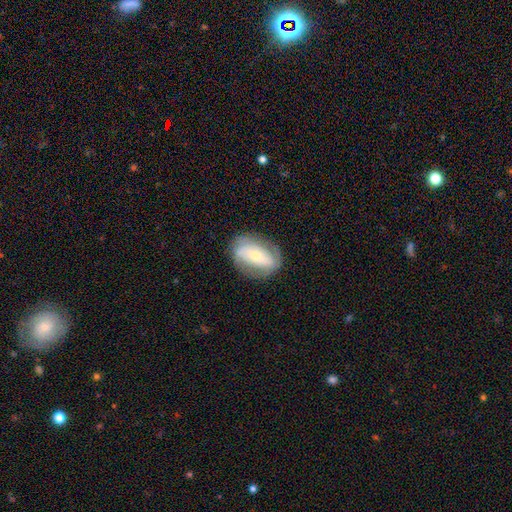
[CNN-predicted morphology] Overall: featured or disk (60%; smooth 33%). Edge-on disk: no (92%). Bar: strong (40%; no 32%). Spiral arms: yes (67%; no 33%). Bulge size: small (54%; moderate 39%). Merging: none (77%).